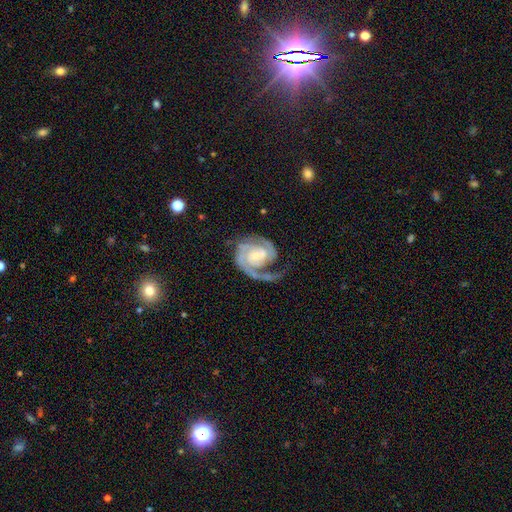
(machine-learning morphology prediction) Smooth or featured?
  - featured or disk: 92% *
  - smooth: 4%
  - star or artifact: 4%
Edge-on disk?
  - no: 98% *
  - yes: 2%
Bar?
  - no: 57% *
  - weak: 33%
  - strong: 10%
Spiral arms?
  - yes: 98% *
  - no: 2%
Spiral winding?
  - tight: 54% *
  - medium: 38%
  - loose: 8%
Spiral arm count?
  - 2: 70% *
  - 1: 14%
  - 3: 7%
  - can't tell: 4%
  - 4: 2%
  - more than 4: 2%
Bulge size?
  - small: 43% *
  - moderate: 32%
  - none: 14%
  - large: 9%
  - dominant: 2%
Merging?
  - none: 56% *
  - major disturbance: 21%
  - minor disturbance: 20%
  - merger: 3%